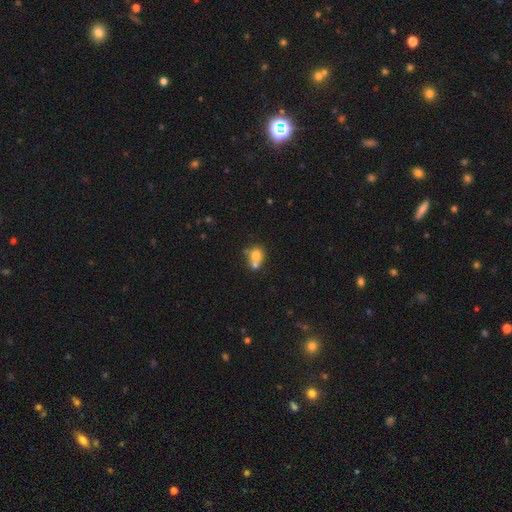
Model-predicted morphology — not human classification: Smooth or featured? Predicted: smooth (p=0.74). How rounded? Predicted: round (p=0.67). Merging? Predicted: merger (p=0.53).